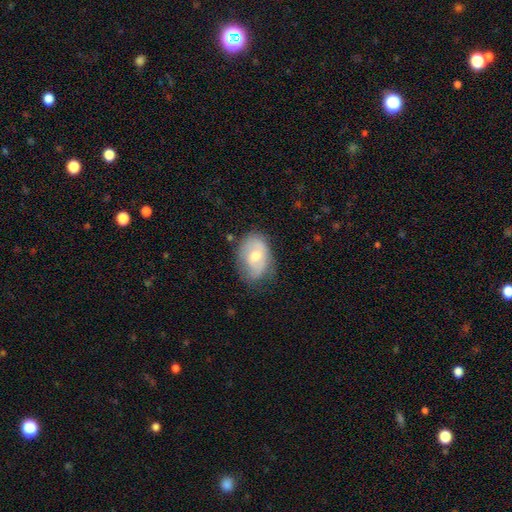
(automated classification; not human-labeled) smooth-or-featured: smooth: 48% | featured or disk: 45% | star or artifact: 7%
  merging: none: 62% | minor disturbance: 28% | major disturbance: 9% | merger: 2%